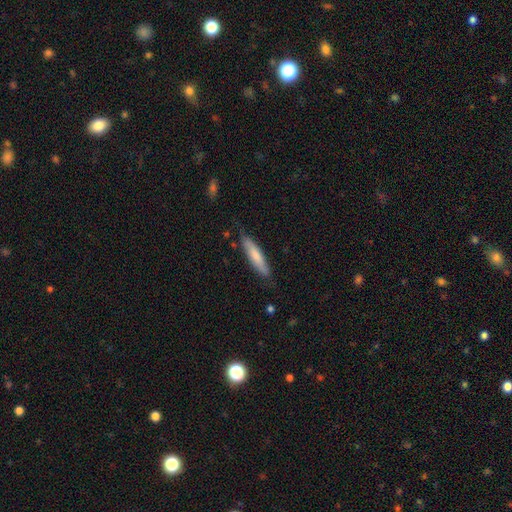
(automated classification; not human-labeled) Smooth or featured?
  - smooth: 70% *
  - featured or disk: 25%
  - star or artifact: 5%
How rounded?
  - cigar-shaped: 85% *
  - in between: 13%
  - round: 1%
Merging?
  - none: 78% *
  - minor disturbance: 17%
  - major disturbance: 3%
  - merger: 2%